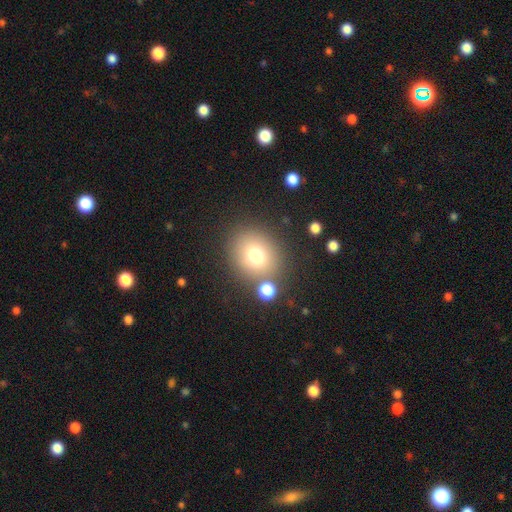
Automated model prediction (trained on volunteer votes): The model was most divided on "how rounded": round: 75%, in between: 24%, cigar-shaped: 1%. More confident: merging — none (78%); smooth or featured — smooth (74%).